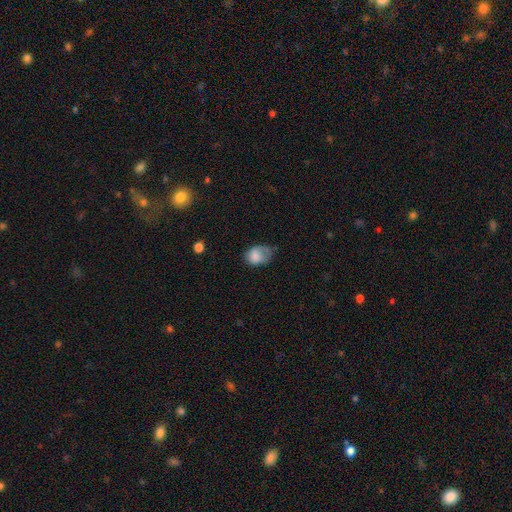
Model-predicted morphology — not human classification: smooth_or_featured: smooth (p=0.75) [alt: featured or disk p=0.16]
how_rounded: in between (p=0.72) [alt: round p=0.27]
merging: minor disturbance (p=0.37) [alt: none p=0.32]